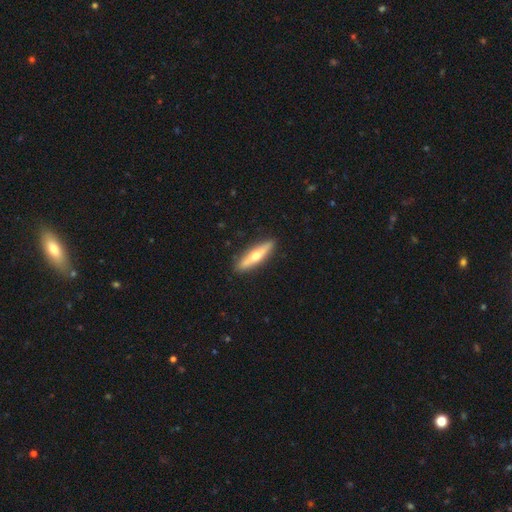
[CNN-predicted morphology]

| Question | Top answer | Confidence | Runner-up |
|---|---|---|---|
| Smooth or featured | featured or disk | 56% | smooth (39%) |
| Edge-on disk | yes | 94% | no (6%) |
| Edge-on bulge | rounded | 92% | none (5%) |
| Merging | none | 90% | minor disturbance (7%) |